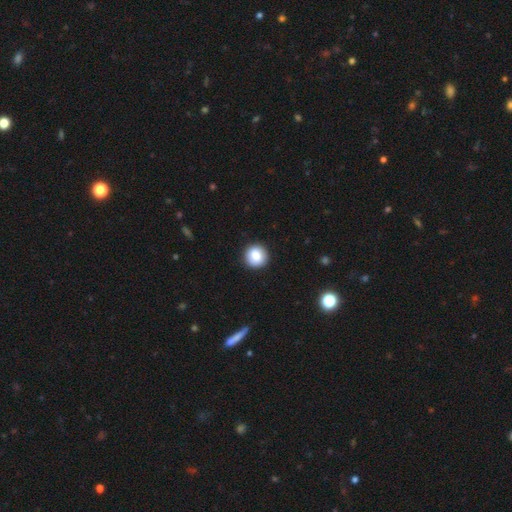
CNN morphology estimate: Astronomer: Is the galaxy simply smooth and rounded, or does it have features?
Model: smooth — 82%.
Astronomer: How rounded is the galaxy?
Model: round — 92%.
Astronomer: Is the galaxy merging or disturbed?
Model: none — 91%.